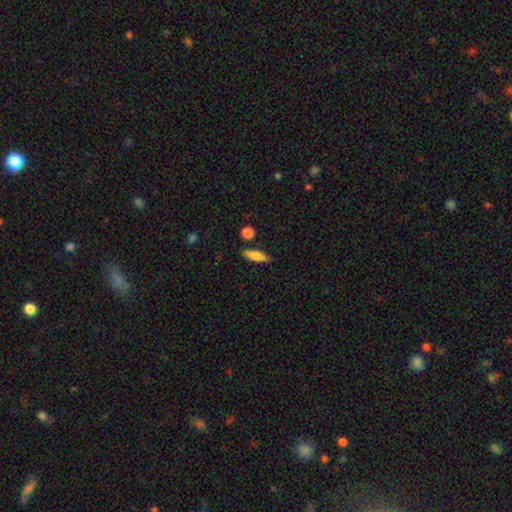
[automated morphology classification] Smooth or featured? smooth (75%)
How rounded? in between (51%)
Merging? none (83%)